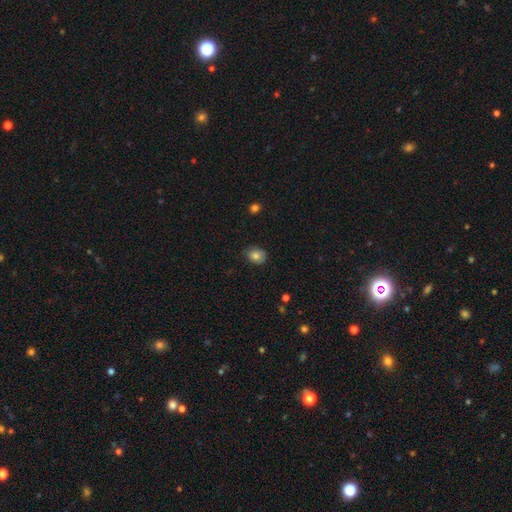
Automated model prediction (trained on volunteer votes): smooth 81%, featured or disk 10%, star or artifact 9%. Down the decision tree: how rounded — in between (51%); merging — none (76%).